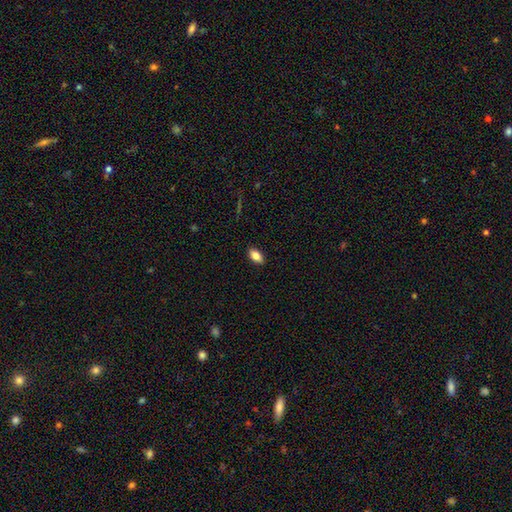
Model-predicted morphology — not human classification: smooth_or_featured: smooth (p=0.82) [alt: featured or disk p=0.10]
how_rounded: in between (p=0.90) [alt: cigar-shaped p=0.05]
merging: none (p=0.89) [alt: minor disturbance p=0.08]